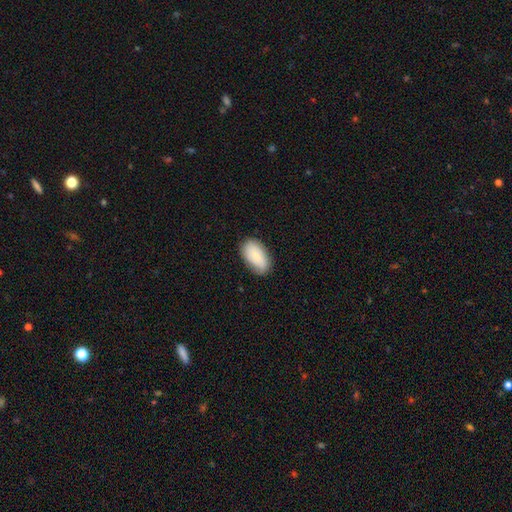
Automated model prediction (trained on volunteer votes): This is likely a smooth galaxy (71%). How rounded: clearly in between (94%). Merging: likely none (78%).